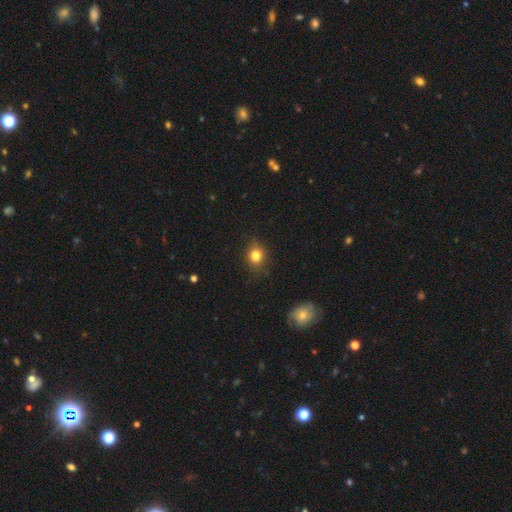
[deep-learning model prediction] smooth-or-featured: smooth: 81% | star or artifact: 12% | featured or disk: 7%
  how-rounded: round: 67% | in between: 31% | cigar-shaped: 1%
  merging: none: 82% | minor disturbance: 14% | major disturbance: 3% | merger: 1%